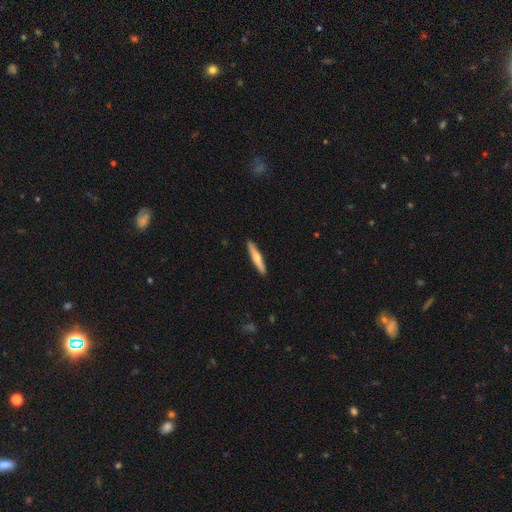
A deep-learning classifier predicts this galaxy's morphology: Smooth or featured: featured or disk — 51% (smooth — 44%)
Edge-on disk: yes — 95% (no — 5%)
Merging: none — 91% (minor disturbance — 6%)